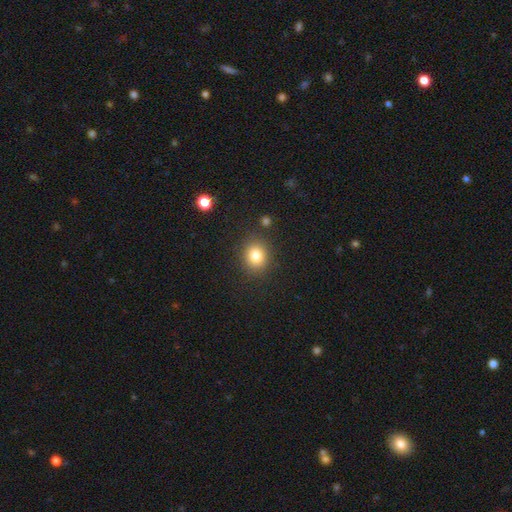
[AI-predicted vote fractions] Smooth or featured?
  - smooth: 81% *
  - star or artifact: 12%
  - featured or disk: 7%
How rounded?
  - round: 72% *
  - in between: 27%
  - cigar-shaped: 1%
Merging?
  - none: 86% *
  - minor disturbance: 9%
  - major disturbance: 3%
  - merger: 3%